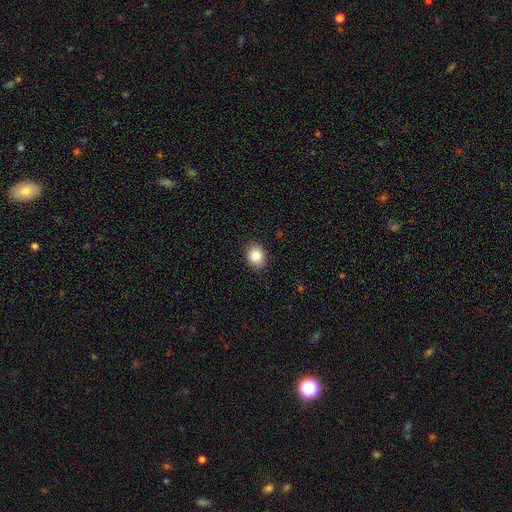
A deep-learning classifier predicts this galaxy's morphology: smooth 86%, star or artifact 9%, featured or disk 5%. Down the decision tree: how rounded — round (53%); merging — none (89%).